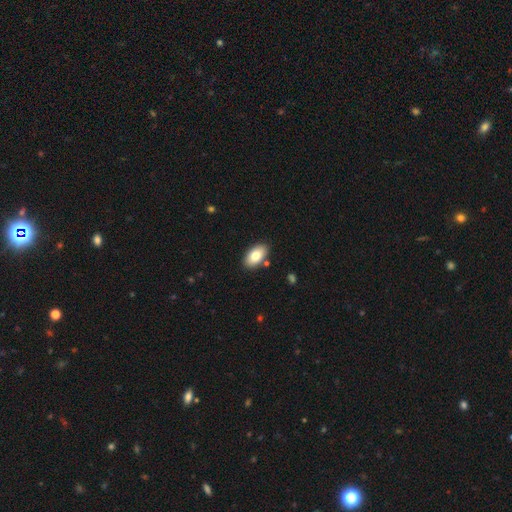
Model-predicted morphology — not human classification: Smooth or featured? Predicted: smooth (p=0.79). How rounded? Predicted: in between (p=0.94). Merging? Predicted: none (p=0.87).